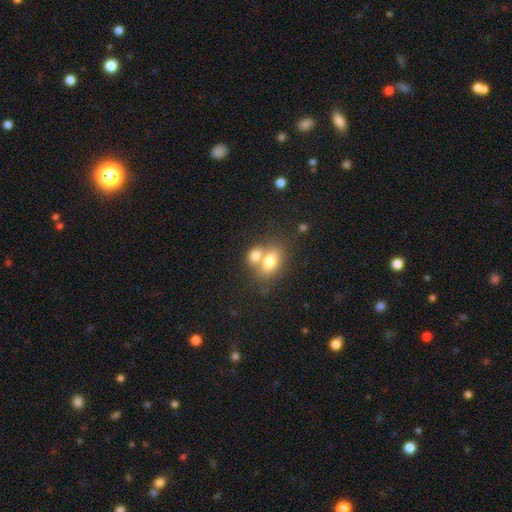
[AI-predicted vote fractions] This is likely a smooth galaxy (75%). How rounded: likely in between (75%). Merging: possibly merger (60%).